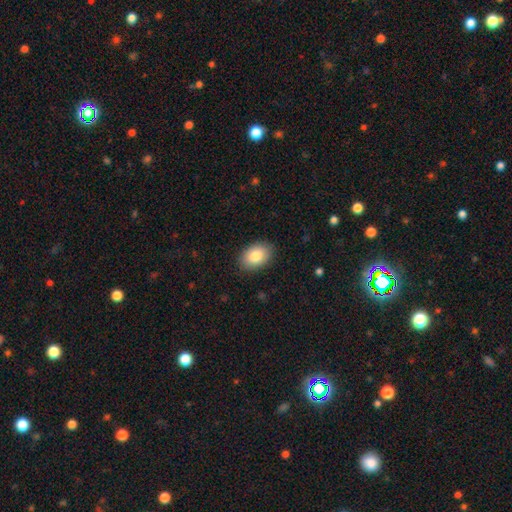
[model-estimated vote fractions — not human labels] Q: Smooth or featured?
A: smooth (84%); runner-up: featured or disk (9%)
Q: How rounded?
A: in between (86%); runner-up: round (13%)
Q: Merging?
A: none (88%); runner-up: minor disturbance (9%)